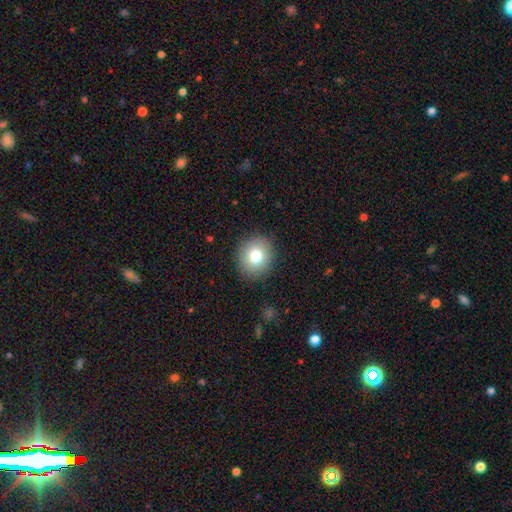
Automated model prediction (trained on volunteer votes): This appears to be a smooth galaxy with no disk features (79%) that is round (73%). Merging: none (89%).